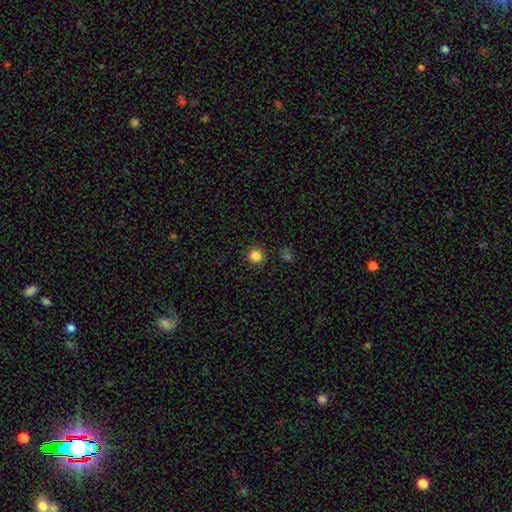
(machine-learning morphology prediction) Smooth or featured: smooth — 85% (star or artifact — 12%)
How rounded: round — 95% (in between — 4%)
Merging: none — 90% (minor disturbance — 6%)